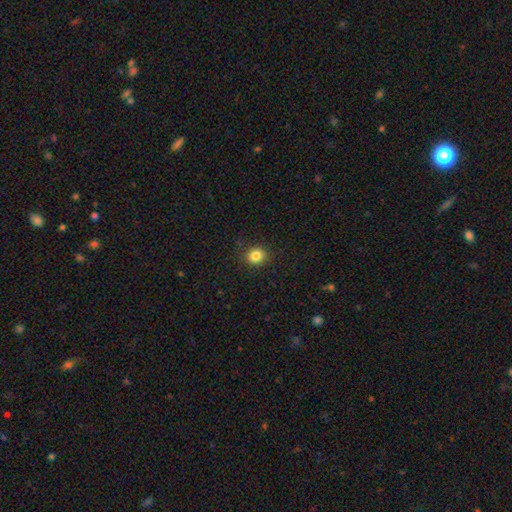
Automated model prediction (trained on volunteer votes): This is clearly a smooth galaxy (83%). How rounded: clearly round (80%). Merging: clearly none (89%).